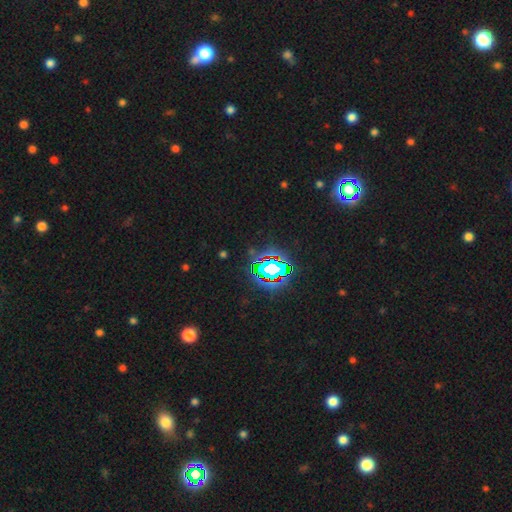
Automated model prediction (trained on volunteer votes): Smooth or featured? Predicted: star or artifact (p=0.77).